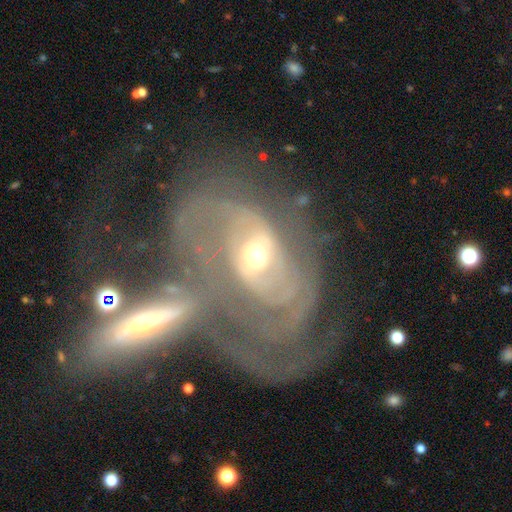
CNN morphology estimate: This is clearly a featured or disk galaxy (85%). It is clearly not viewed edge-on (92%). Bar: marginally no (43%). Spiral arm pattern: clearly yes (89%). Spiral arm count: marginally 2 (43%). Spiral winding: possibly tight (48%). Central bulge: possibly moderate (55%). Merging: possibly merger (54%).